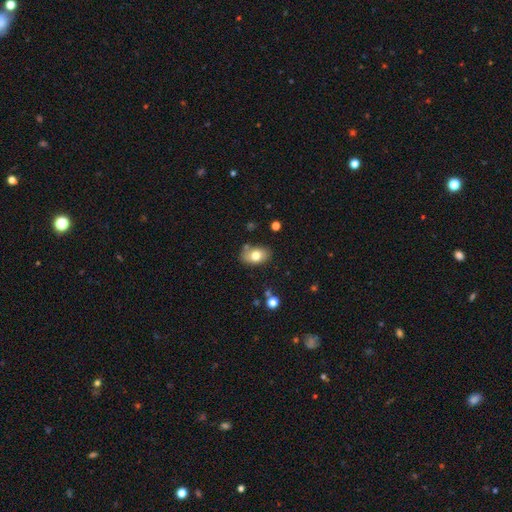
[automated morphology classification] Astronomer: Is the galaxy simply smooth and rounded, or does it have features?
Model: smooth — 75%.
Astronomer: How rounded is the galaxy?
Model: in between — 86%.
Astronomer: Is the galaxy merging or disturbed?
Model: none — 75%.